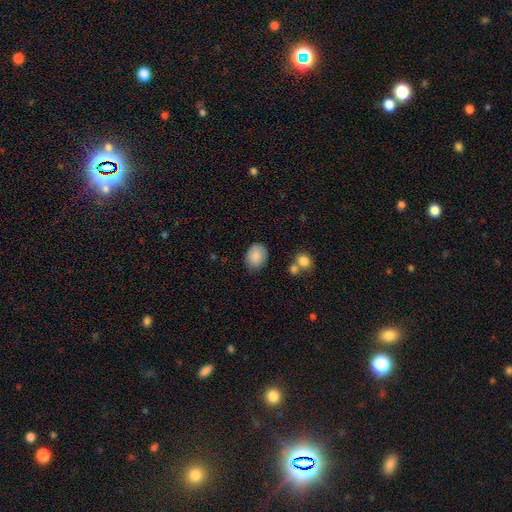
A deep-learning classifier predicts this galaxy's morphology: A smooth galaxy with no disk features (85%) that is in between round and cigar-shaped (60%). Merging: none (74%).